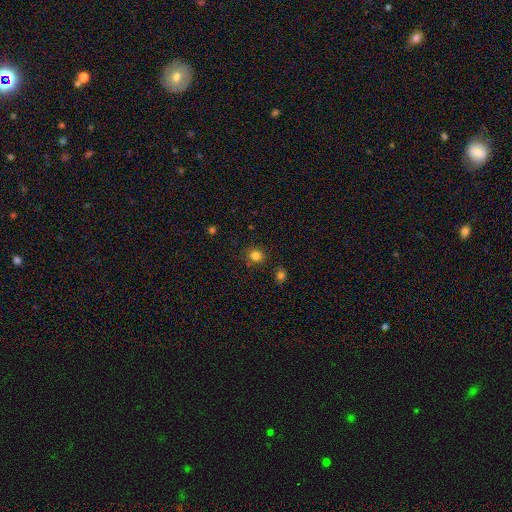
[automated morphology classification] This appears to be a smooth galaxy with no disk features (82%) that is round (82%). Merging: none (83%).